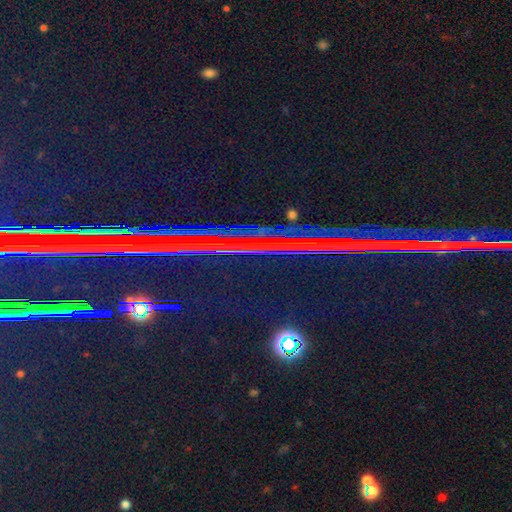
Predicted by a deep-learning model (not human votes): smooth_or_featured: star or artifact (p=0.85) [alt: featured or disk p=0.08]